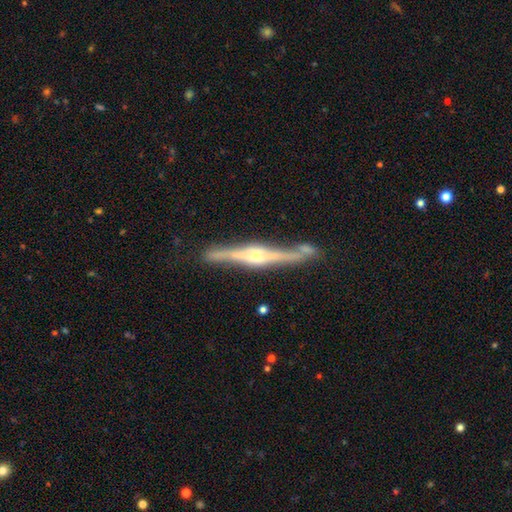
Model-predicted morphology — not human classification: This is clearly a featured or disk galaxy (86%). It is clearly viewed edge-on (96%). Edge-on bulge: likely rounded (79%). Merging: likely none (73%).